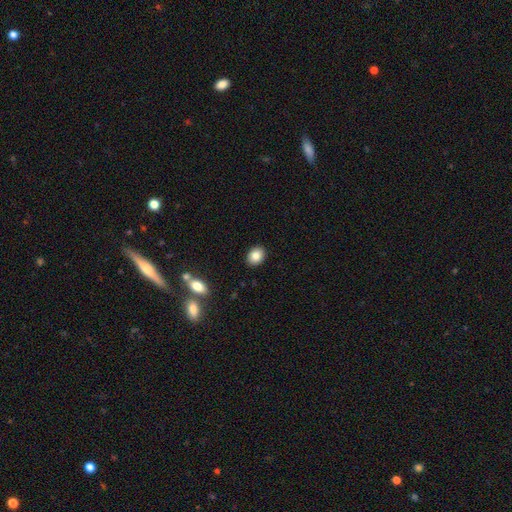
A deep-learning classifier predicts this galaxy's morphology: This appears to be a smooth galaxy with no disk features (84%) that is in between round and cigar-shaped (61%). Merging: none (90%).